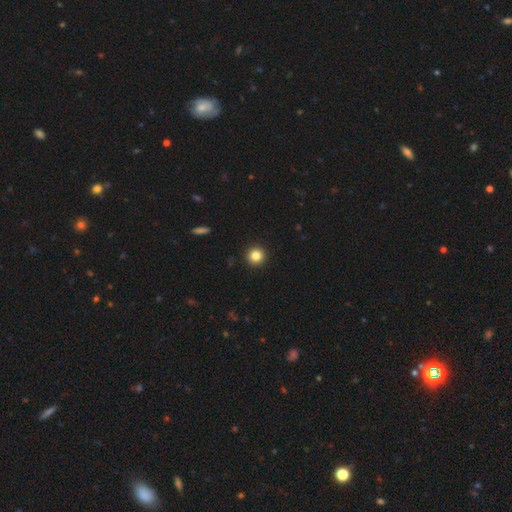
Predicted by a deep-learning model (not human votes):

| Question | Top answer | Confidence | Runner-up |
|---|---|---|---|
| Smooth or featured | smooth | 83% | star or artifact (11%) |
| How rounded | round | 96% | in between (3%) |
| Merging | none | 94% | minor disturbance (4%) |